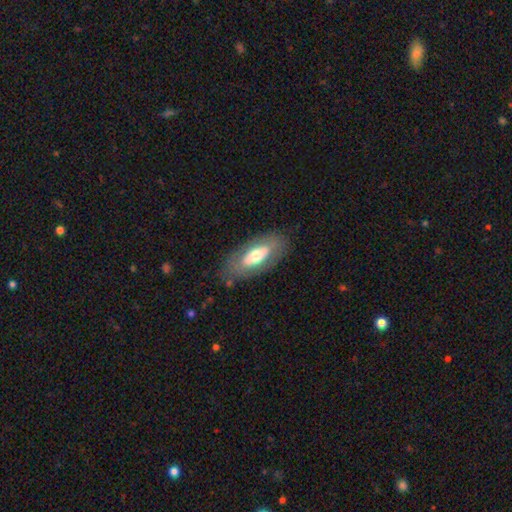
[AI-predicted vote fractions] Smooth or featured: smooth — 51% (featured or disk — 43%)
How rounded: in between — 85% (cigar-shaped — 12%)
Merging: none — 78% (minor disturbance — 14%)